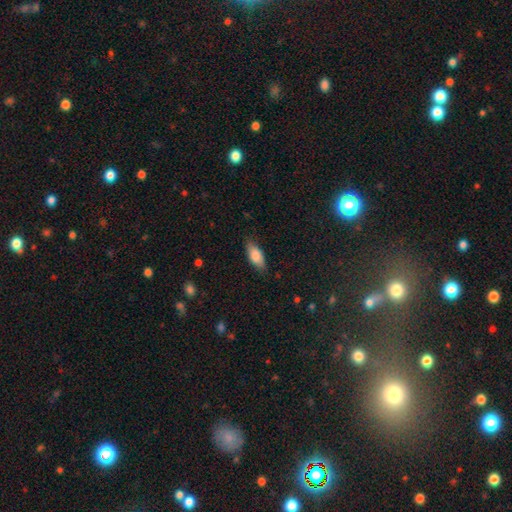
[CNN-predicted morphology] Smooth or featured?
  - smooth: 83% *
  - featured or disk: 10%
  - star or artifact: 6%
How rounded?
  - in between: 83% *
  - cigar-shaped: 14%
  - round: 2%
Merging?
  - none: 81% *
  - minor disturbance: 15%
  - major disturbance: 3%
  - merger: 1%